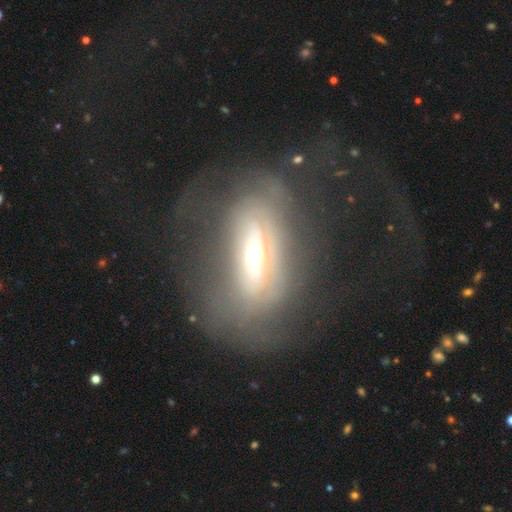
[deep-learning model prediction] smooth-or-featured: featured or disk: 66% | smooth: 27% | star or artifact: 8%
  disk-edge-on: no: 70% | yes: 30%
  merging: none: 44% | major disturbance: 31% | minor disturbance: 22% | merger: 3%